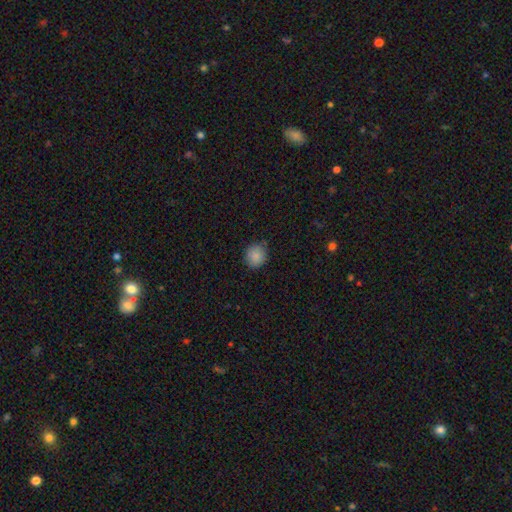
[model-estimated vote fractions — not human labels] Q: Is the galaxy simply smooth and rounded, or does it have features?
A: smooth — 87%.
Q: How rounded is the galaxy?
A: round — 84%.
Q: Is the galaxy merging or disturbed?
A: none — 81%.